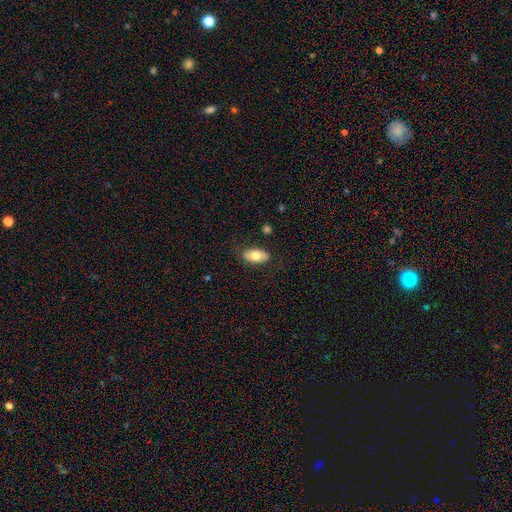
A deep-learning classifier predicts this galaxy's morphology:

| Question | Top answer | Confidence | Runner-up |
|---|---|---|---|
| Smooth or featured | smooth | 70% | featured or disk (24%) |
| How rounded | in between | 92% | round (4%) |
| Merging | none | 81% | minor disturbance (14%) |